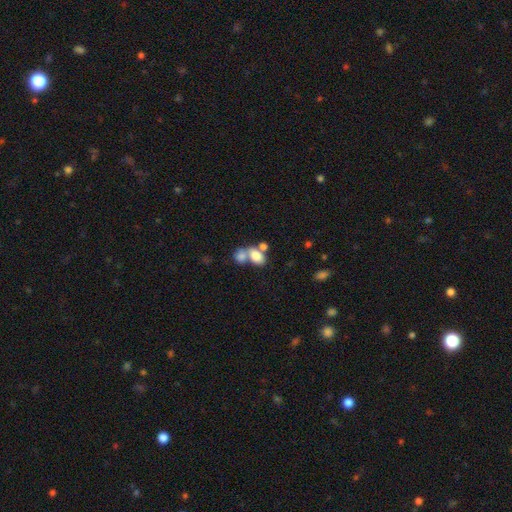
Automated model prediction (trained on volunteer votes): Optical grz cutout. It shows a smooth galaxy with no disk features (78%) that is in between round and cigar-shaped (80%). Merging: merger (61%).